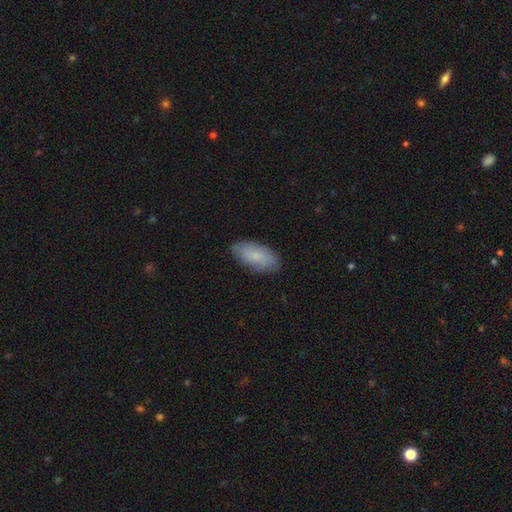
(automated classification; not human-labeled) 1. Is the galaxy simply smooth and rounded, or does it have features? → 72% smooth, 21% featured or disk, 6% star or artifact.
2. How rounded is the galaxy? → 92% in between, 6% cigar-shaped, 2% round.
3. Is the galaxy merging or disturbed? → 83% none, 13% minor disturbance, 3% major disturbance, 1% merger.